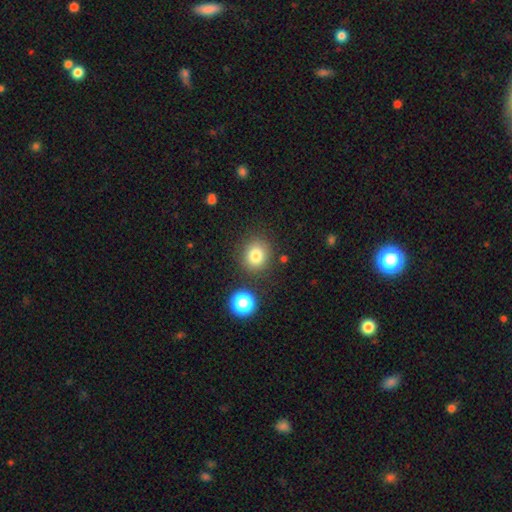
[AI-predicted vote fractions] Overall: smooth (81%). How rounded: round (83%). Merging: none (83%).